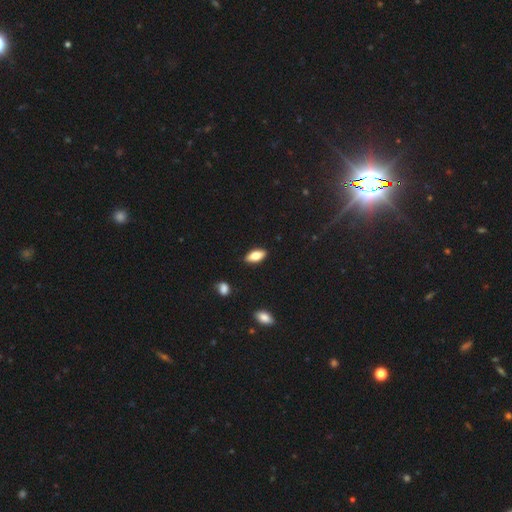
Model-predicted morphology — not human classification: Smooth or featured? Predicted: smooth (p=0.75). How rounded? Predicted: in between (p=0.83). Merging? Predicted: none (p=0.88).